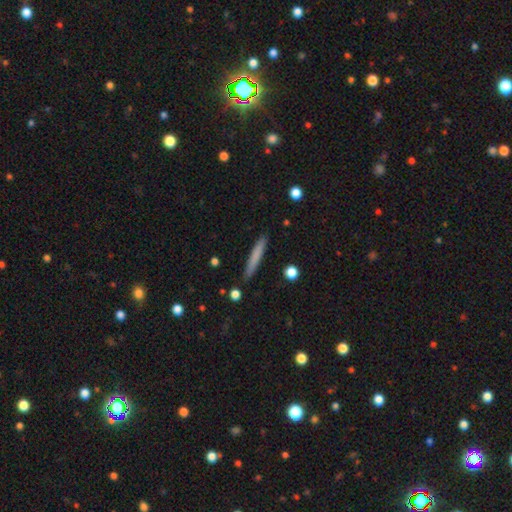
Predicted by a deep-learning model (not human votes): This is likely a smooth galaxy (74%). How rounded: clearly cigar-shaped (95%). Merging: clearly none (89%).